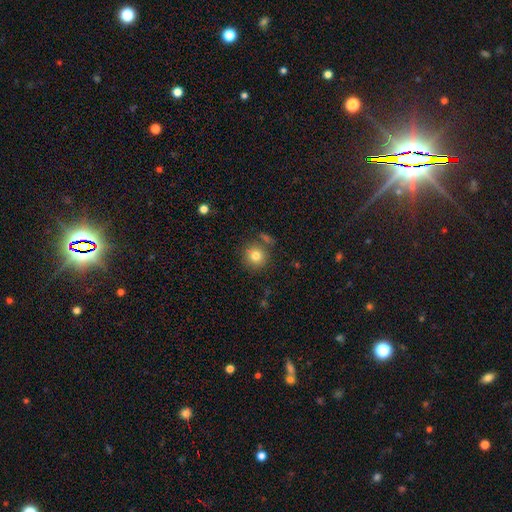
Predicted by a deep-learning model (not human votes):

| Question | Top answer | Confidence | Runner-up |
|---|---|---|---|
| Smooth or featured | smooth | 79% | star or artifact (12%) |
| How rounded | round | 91% | in between (8%) |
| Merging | none | 79% | minor disturbance (10%) |